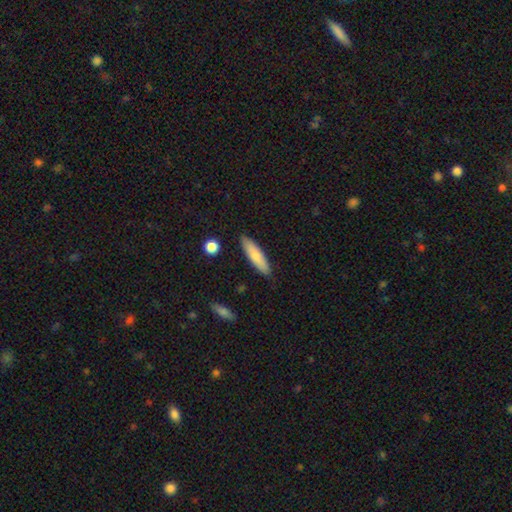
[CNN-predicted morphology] Overall: smooth (73%). How rounded: cigar-shaped (68%; in between 31%). Merging: none (87%).